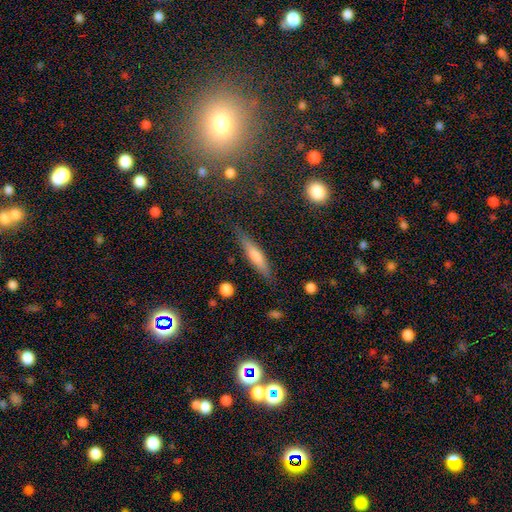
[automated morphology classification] smooth 62%, featured or disk 31%, star or artifact 7%. Down the decision tree: how rounded — cigar-shaped (85%); merging — none (84%).